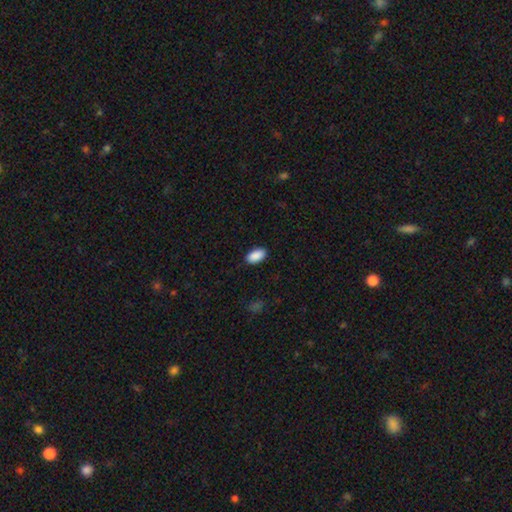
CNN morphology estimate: A smooth galaxy with no disk features (91%) that is in between round and cigar-shaped (95%).

Vote fractions:
- Smooth or featured? smooth: 91% / star or artifact: 7% / featured or disk: 3%
- How rounded? in between: 95% / round: 3% / cigar-shaped: 3%
- Merging? none: 89% / minor disturbance: 8% / major disturbance: 2% / merger: 1%